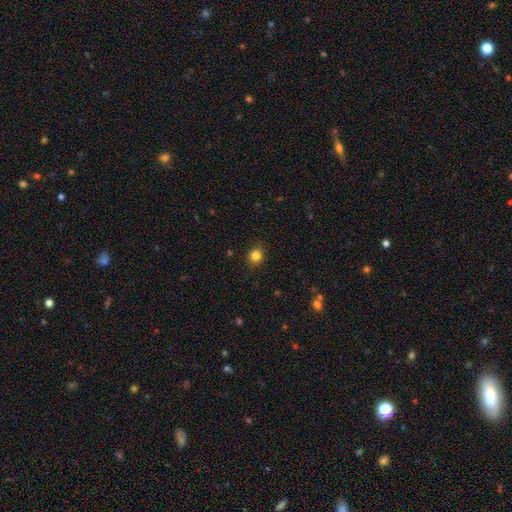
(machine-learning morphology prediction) A smooth galaxy with no disk features (83%) that is round (82%).

Vote fractions:
- Smooth or featured? smooth: 83% / star or artifact: 12% / featured or disk: 5%
- How rounded? round: 82% / in between: 17% / cigar-shaped: 1%
- Merging? none: 89% / minor disturbance: 8% / major disturbance: 2% / merger: 1%